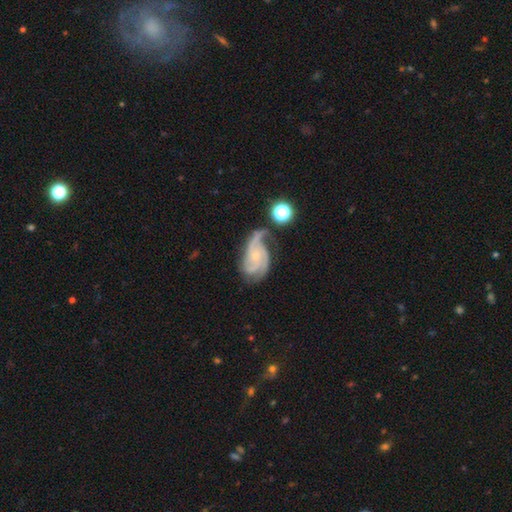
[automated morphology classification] type=featured or disk (88%); edge-on=no (98%); bar=no (70%); spiral arms=yes (98%); winding=medium (48%); arm count=3 (52%); bulge=small (75%); merging=none (50%).